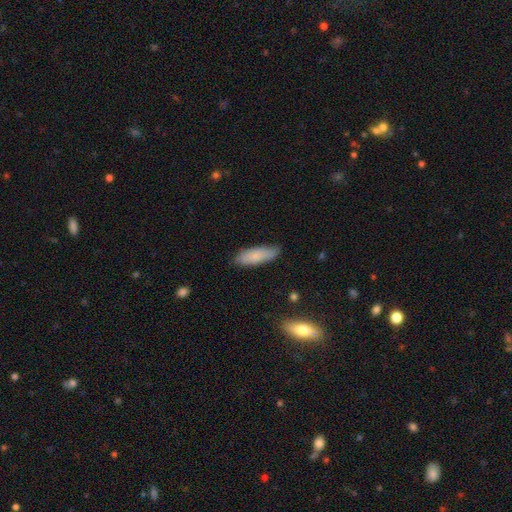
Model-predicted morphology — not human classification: Smooth or featured?
  - smooth: 82% *
  - featured or disk: 12%
  - star or artifact: 6%
How rounded?
  - in between: 56% *
  - cigar-shaped: 42%
  - round: 2%
Merging?
  - none: 80% *
  - minor disturbance: 16%
  - major disturbance: 3%
  - merger: 1%